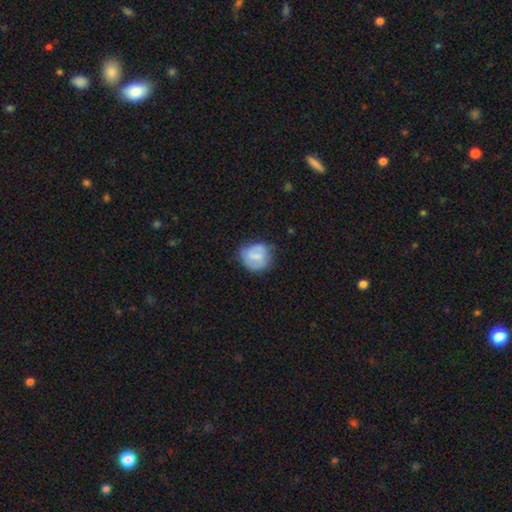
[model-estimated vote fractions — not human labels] Smooth or featured: smooth — 57% (featured or disk — 36%)
How rounded: round — 78% (in between — 21%)
Merging: none — 59% (minor disturbance — 28%)